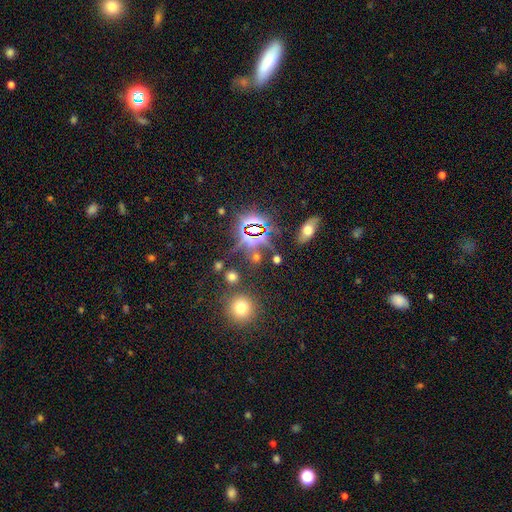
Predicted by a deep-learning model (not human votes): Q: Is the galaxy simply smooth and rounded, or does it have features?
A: star or artifact — 66%.